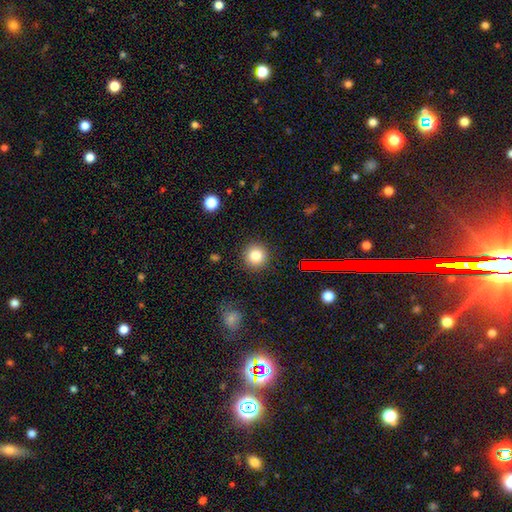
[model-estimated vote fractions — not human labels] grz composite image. It shows a smooth galaxy with no disk features (81%) that is round (94%). Merging: none (90%).